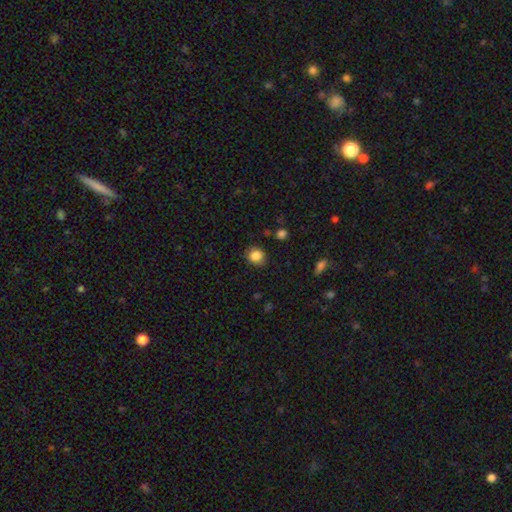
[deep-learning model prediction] Morphology: type=smooth (85%); roundness=round (78%); merging=none (84%).